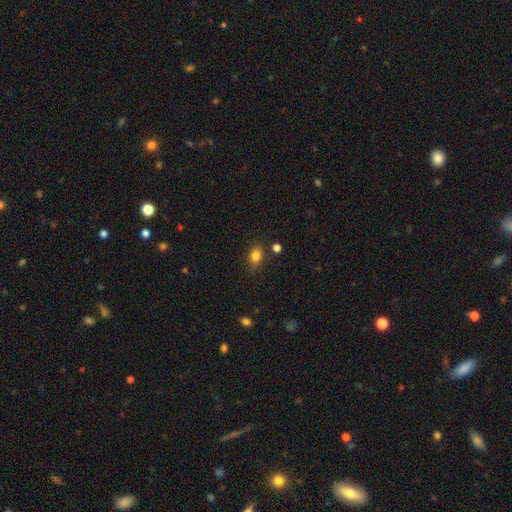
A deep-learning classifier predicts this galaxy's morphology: Smooth or featured? Predicted: smooth (p=0.83). How rounded? Predicted: in between (p=0.67). Merging? Predicted: none (p=0.75).